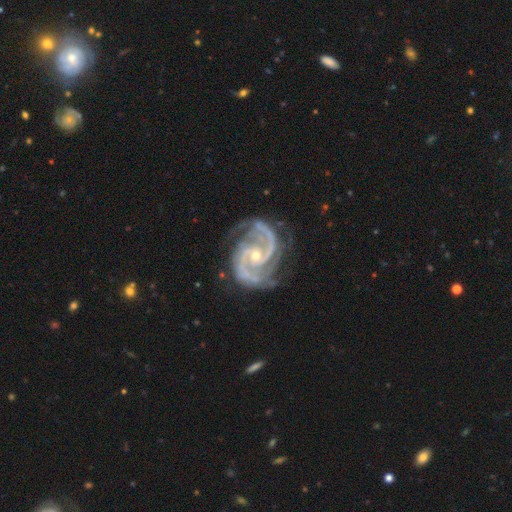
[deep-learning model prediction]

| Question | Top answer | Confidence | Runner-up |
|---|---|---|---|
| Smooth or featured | featured or disk | 94% | star or artifact (4%) |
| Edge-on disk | no | 98% | yes (2%) |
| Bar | no | 56% | weak (31%) |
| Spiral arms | yes | 99% | no (1%) |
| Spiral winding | medium | 57% | tight (34%) |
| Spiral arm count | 2 | 77% | 3 (12%) |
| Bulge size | small | 66% | moderate (31%) |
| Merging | none | 71% | minor disturbance (20%) |